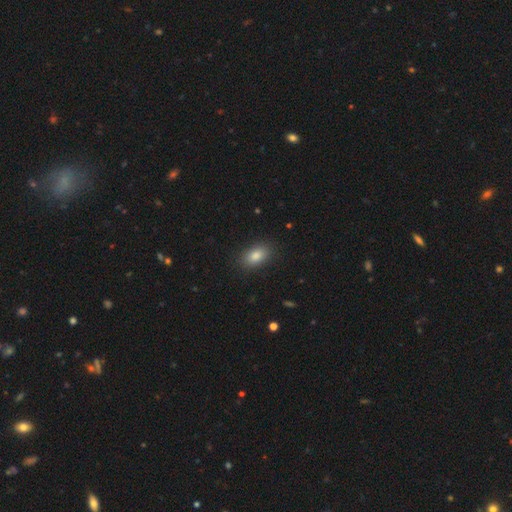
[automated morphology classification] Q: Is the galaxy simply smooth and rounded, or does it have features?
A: smooth — 84%.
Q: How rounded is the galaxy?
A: in between — 86%.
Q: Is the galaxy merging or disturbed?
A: none — 88%.